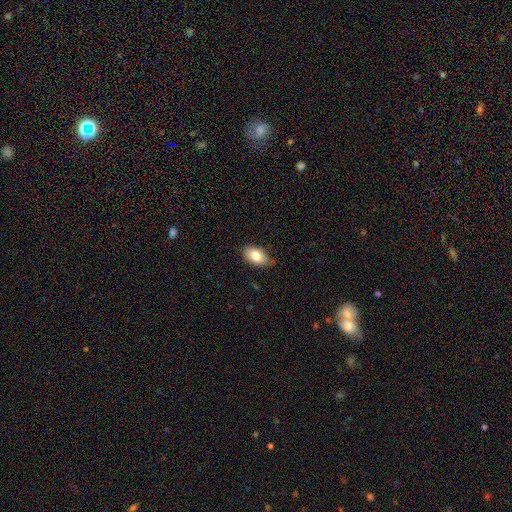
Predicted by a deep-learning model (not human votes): This appears to be a smooth galaxy with no disk features (80%) that is in between round and cigar-shaped (91%). Merging: none (71%).